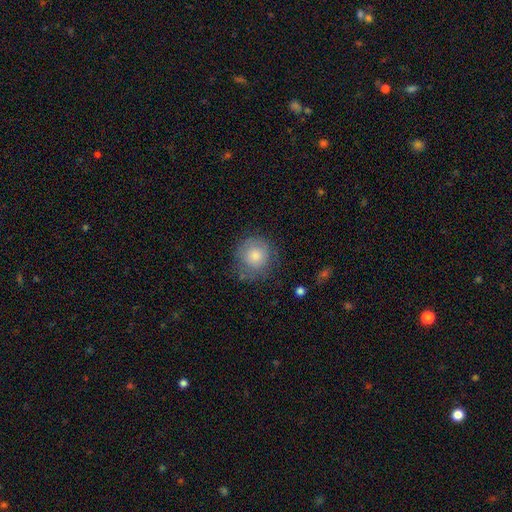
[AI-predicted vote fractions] Smooth or featured? Predicted: smooth (p=0.75). How rounded? Predicted: round (p=0.91). Merging? Predicted: none (p=0.71).